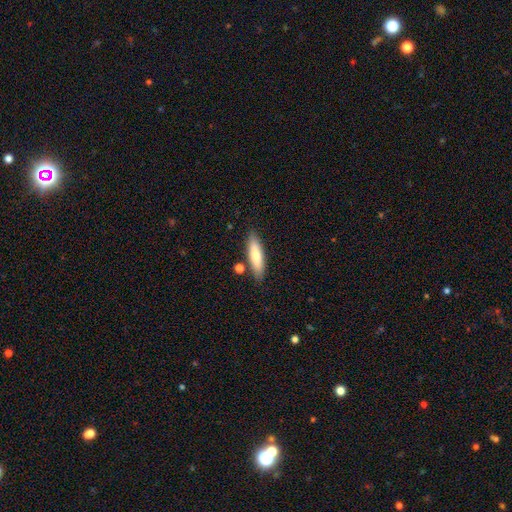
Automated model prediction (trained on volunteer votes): smooth_or_featured: smooth (p=0.71) [alt: featured or disk p=0.23]
how_rounded: cigar-shaped (p=0.68) [alt: in between p=0.30]
merging: none (p=0.82) [alt: minor disturbance p=0.11]